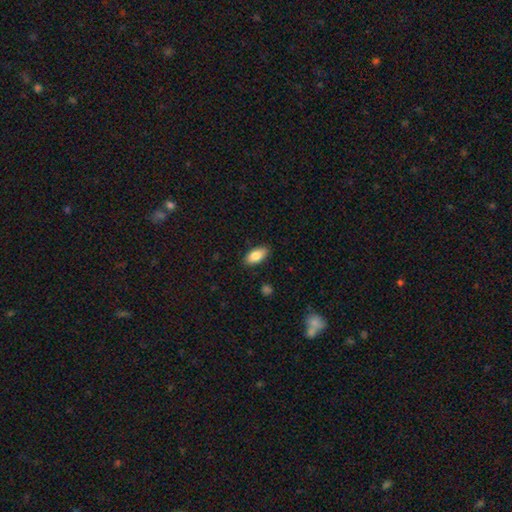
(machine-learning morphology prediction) smooth 83%, featured or disk 10%, star or artifact 7%. Down the decision tree: how rounded — in between (90%); merging — none (87%).